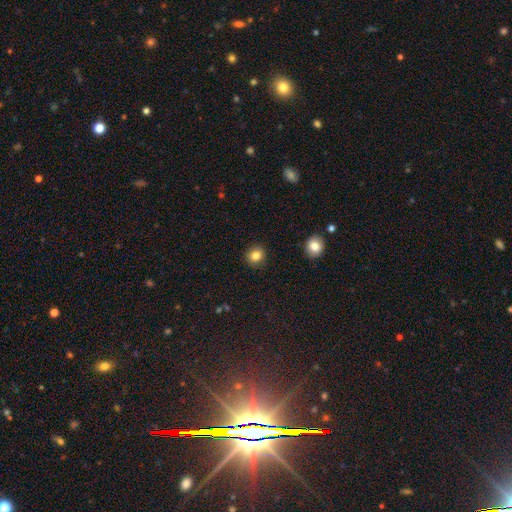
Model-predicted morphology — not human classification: This appears to be a smooth galaxy with no disk features (84%) that is round (80%). Merging: none (89%).